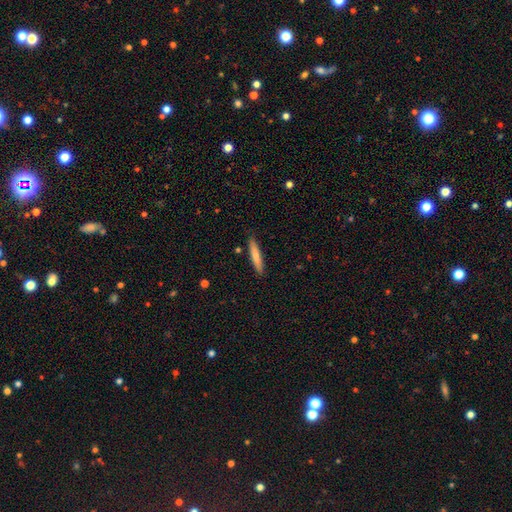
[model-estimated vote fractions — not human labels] Smooth or featured: smooth — 76% (featured or disk — 19%)
How rounded: cigar-shaped — 92% (in between — 7%)
Merging: none — 89% (minor disturbance — 8%)